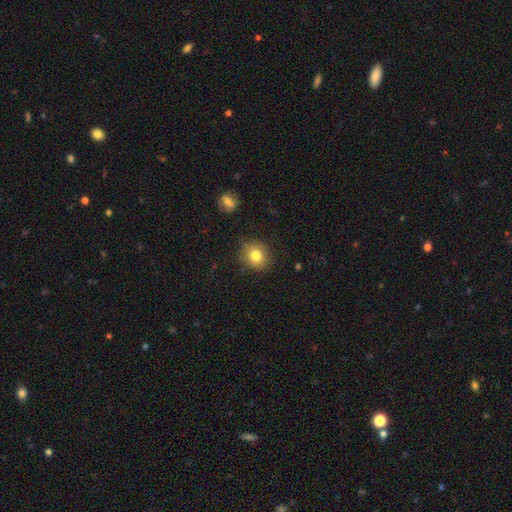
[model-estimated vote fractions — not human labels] Q: Smooth or featured?
A: smooth (81%); runner-up: star or artifact (11%)
Q: How rounded?
A: round (75%); runner-up: in between (24%)
Q: Merging?
A: none (84%); runner-up: minor disturbance (12%)